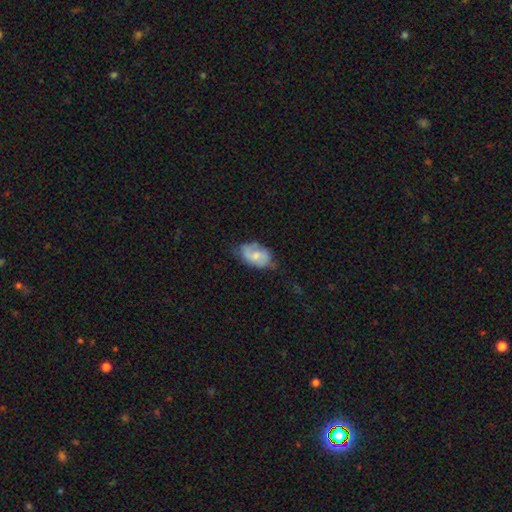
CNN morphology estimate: This is possibly a smooth galaxy (54%). How rounded: clearly in between (89%). Merging: possibly none (55%).